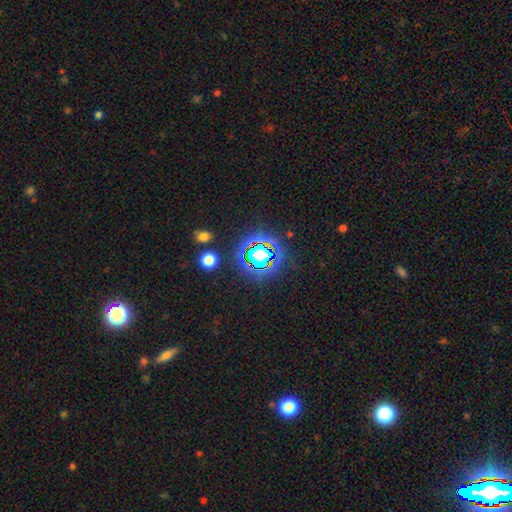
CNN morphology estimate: Smooth or featured? star or artifact (77%)